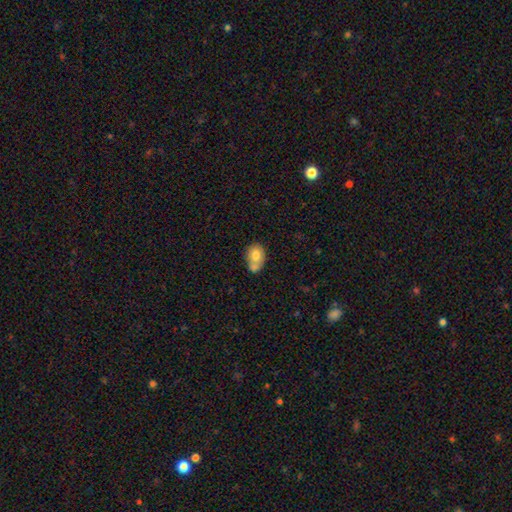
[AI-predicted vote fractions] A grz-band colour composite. It shows a smooth galaxy with no disk features (74%) that is in between round and cigar-shaped (64%). Merging: merger (43%).